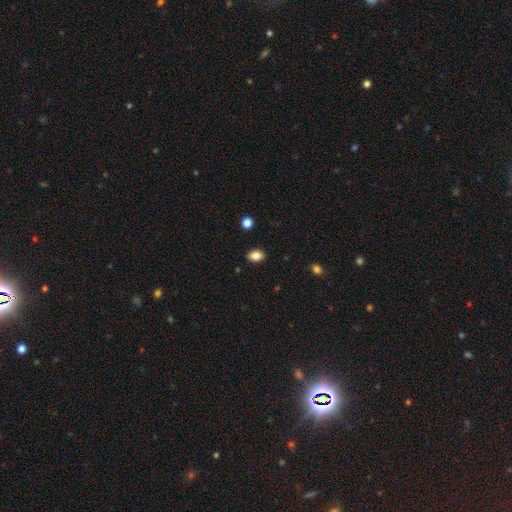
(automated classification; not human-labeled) Overall: smooth (85%). How rounded: in between (80%). Merging: none (88%).